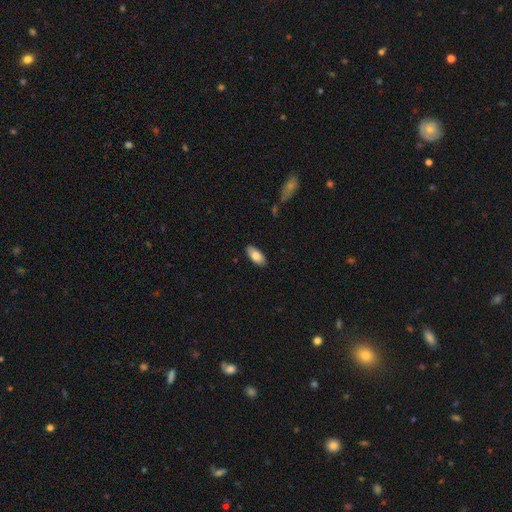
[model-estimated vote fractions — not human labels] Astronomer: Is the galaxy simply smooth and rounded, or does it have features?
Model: smooth — 81%.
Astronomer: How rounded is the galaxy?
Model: in between — 90%.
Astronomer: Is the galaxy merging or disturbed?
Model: none — 87%.